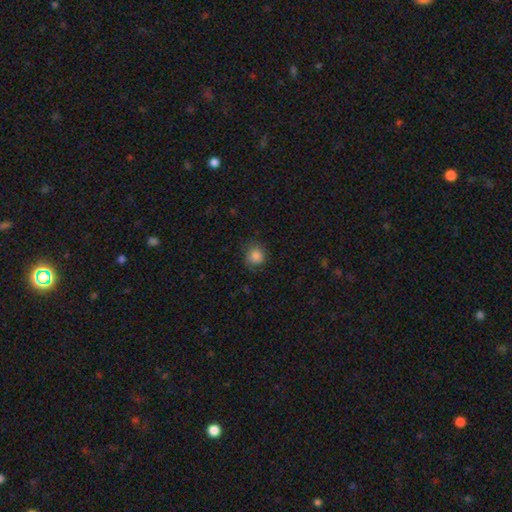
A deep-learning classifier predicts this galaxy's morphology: Overall: smooth (85%). How rounded: round (87%). Merging: none (77%).